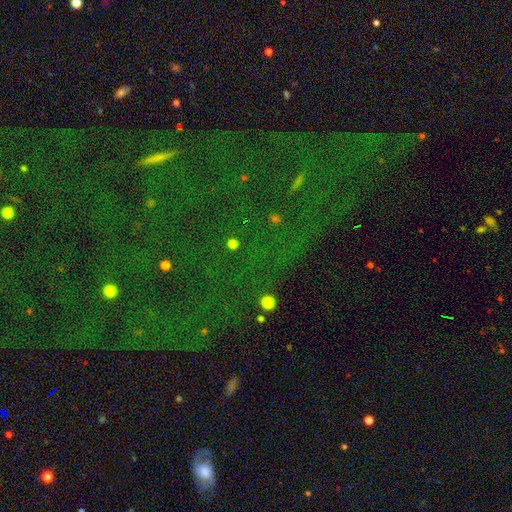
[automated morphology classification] This is clearly a star or artifact rather than a galaxy (82%).